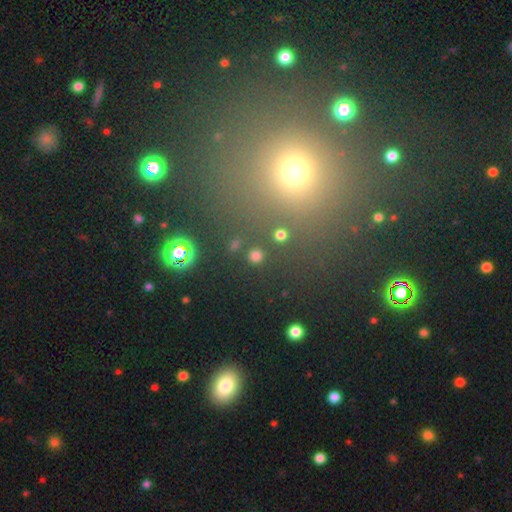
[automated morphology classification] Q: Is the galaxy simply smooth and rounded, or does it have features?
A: smooth — 76%.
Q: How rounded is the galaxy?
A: round — 92%.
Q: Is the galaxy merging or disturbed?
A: none — 87%.